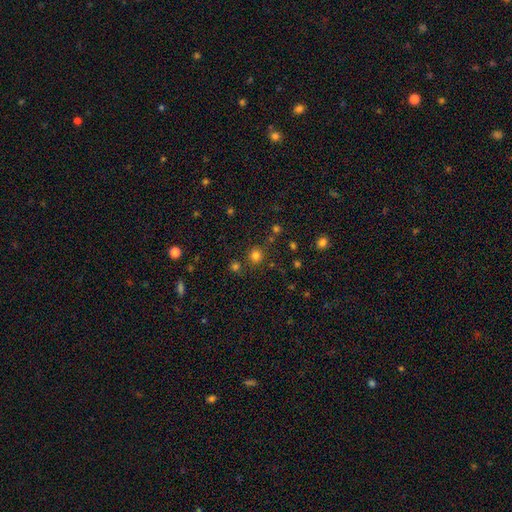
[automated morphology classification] smooth_or_featured: smooth (p=0.77) [alt: star or artifact p=0.18]
how_rounded: round (p=0.90) [alt: in between p=0.09]
merging: none (p=0.82) [alt: minor disturbance p=0.08]